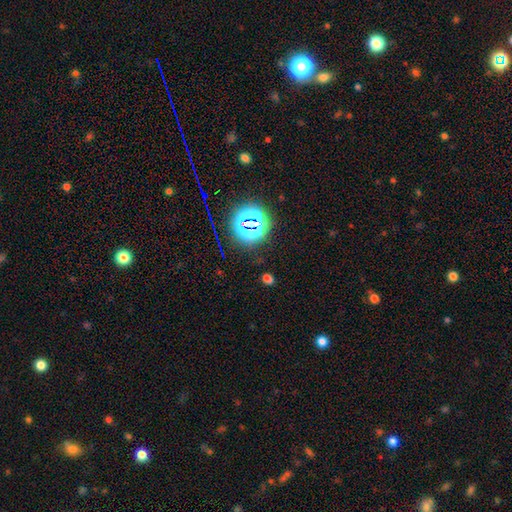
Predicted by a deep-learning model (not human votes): This appears to be a star or artifact, not a galaxy (78%).